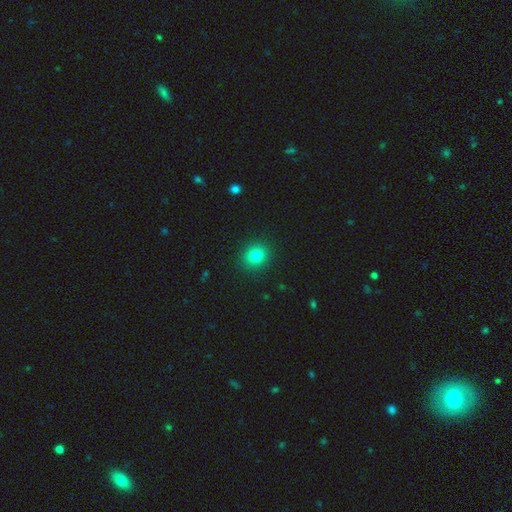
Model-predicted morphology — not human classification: A smooth galaxy with no disk features (81%) that is round (78%).

Vote fractions:
- Smooth or featured? smooth: 81% / star or artifact: 12% / featured or disk: 7%
- How rounded? round: 78% / in between: 21% / cigar-shaped: 1%
- Merging? none: 90% / minor disturbance: 6% / major disturbance: 2% / merger: 1%